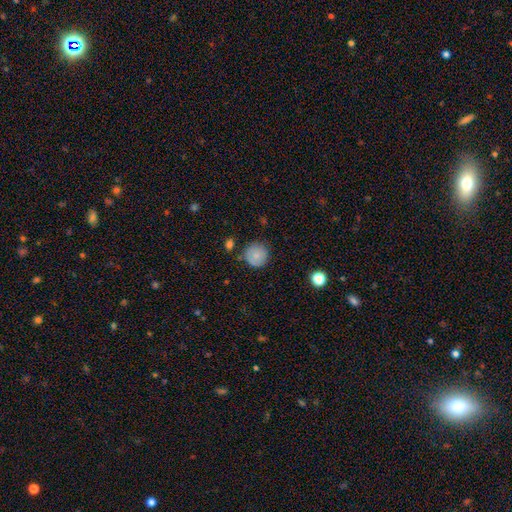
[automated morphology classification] Overall: smooth (80%). How rounded: round (93%). Merging: none (77%).